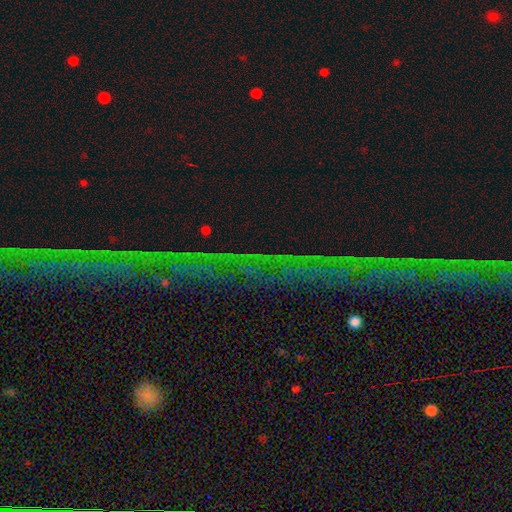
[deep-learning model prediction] smooth_or_featured: star or artifact (p=0.76) [alt: featured or disk p=0.13]